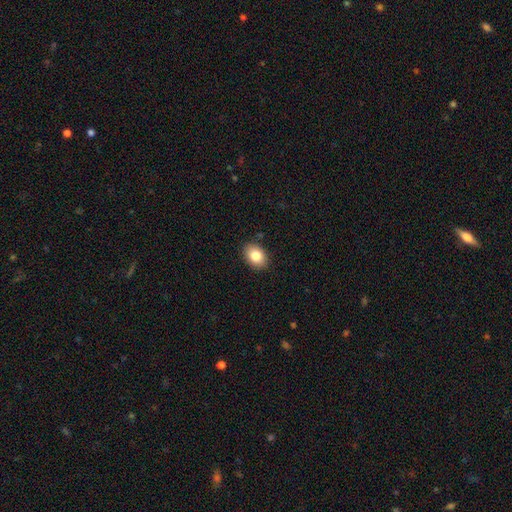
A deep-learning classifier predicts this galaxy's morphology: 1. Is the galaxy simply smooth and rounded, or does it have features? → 84% smooth, 8% star or artifact, 8% featured or disk.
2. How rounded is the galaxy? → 74% in between, 26% round, 1% cigar-shaped.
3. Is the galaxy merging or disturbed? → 88% none, 9% minor disturbance, 2% major disturbance, 1% merger.